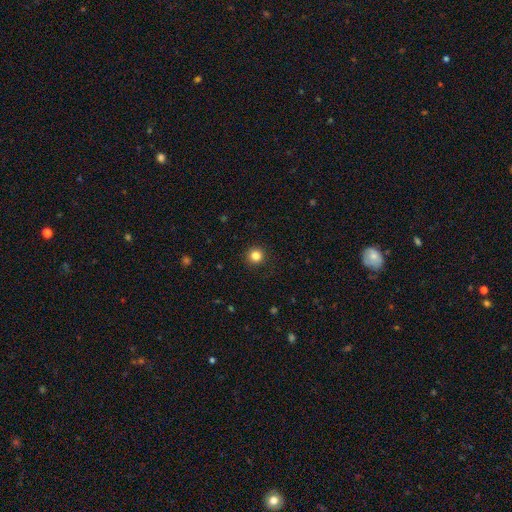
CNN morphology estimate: Smooth or featured? Predicted: smooth (p=0.83). How rounded? Predicted: round (p=0.96). Merging? Predicted: none (p=0.92).